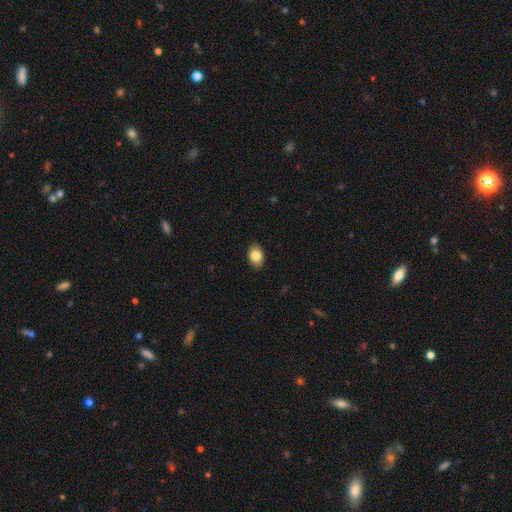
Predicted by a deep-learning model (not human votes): This is clearly a smooth galaxy (84%). How rounded: clearly in between (83%). Merging: clearly none (87%).